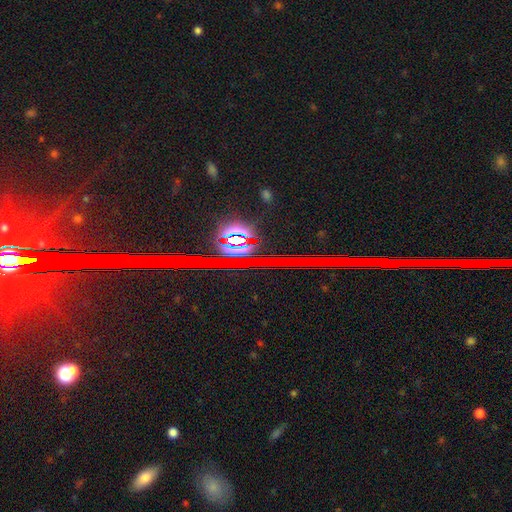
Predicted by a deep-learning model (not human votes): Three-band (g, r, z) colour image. It shows a star or artifact, not a galaxy (85%).